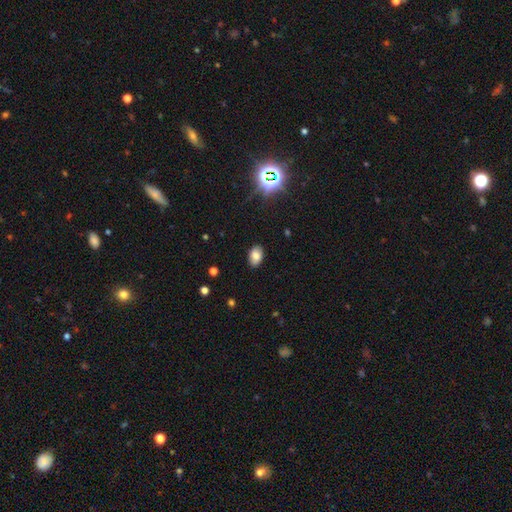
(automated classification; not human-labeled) This appears to be a smooth galaxy with no disk features (77%) that is in between round and cigar-shaped (89%). Merging: none (87%).